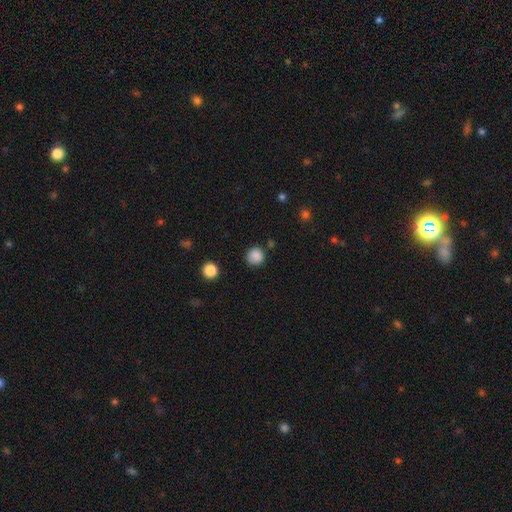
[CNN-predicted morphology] This appears to be a smooth galaxy with no disk features (86%) that is round (90%). Merging: none (82%).